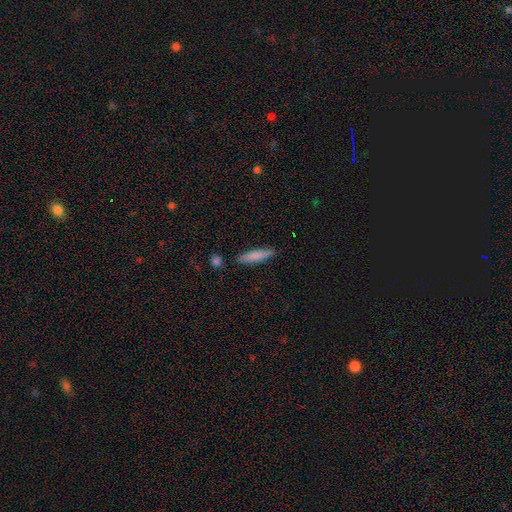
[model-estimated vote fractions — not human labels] This is likely a smooth galaxy (80%). How rounded: clearly cigar-shaped (81%). Merging: clearly none (84%).